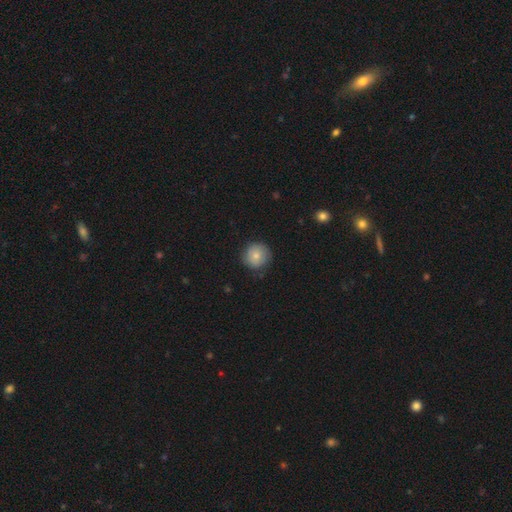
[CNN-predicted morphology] type=smooth (75%); roundness=round (93%); merging=none (79%).